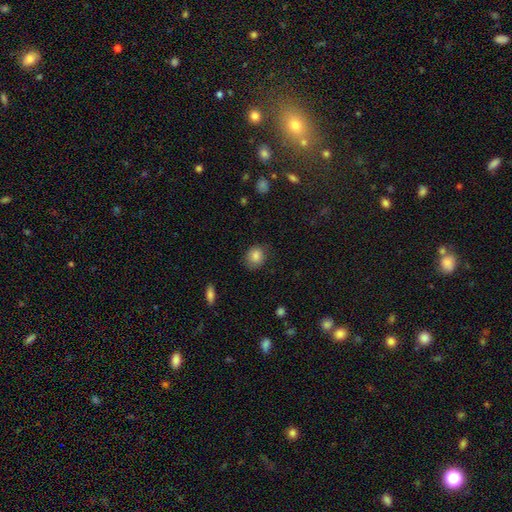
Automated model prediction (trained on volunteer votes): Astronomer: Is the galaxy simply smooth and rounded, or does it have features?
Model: smooth — 84%.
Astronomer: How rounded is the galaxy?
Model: round — 67%.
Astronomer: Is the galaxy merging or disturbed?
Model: none — 76%.